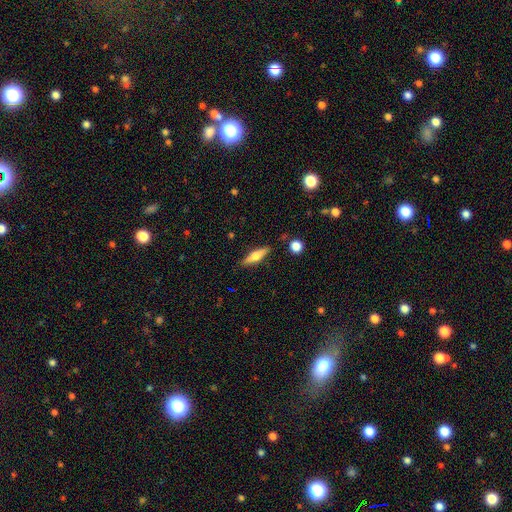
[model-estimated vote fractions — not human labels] Smooth or featured?
  - smooth: 52% *
  - featured or disk: 42%
  - star or artifact: 7%
How rounded?
  - cigar-shaped: 66% *
  - in between: 31%
  - round: 3%
Merging?
  - none: 85% *
  - minor disturbance: 10%
  - merger: 3%
  - major disturbance: 2%